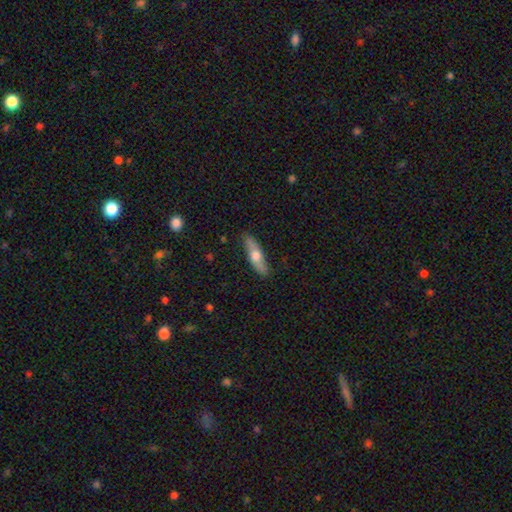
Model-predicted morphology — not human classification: smooth 54%, featured or disk 41%, star or artifact 6%. Down the decision tree: how rounded — cigar-shaped (63%); merging — none (86%).